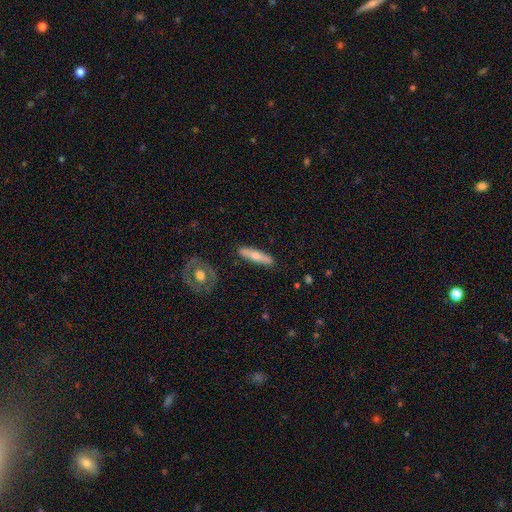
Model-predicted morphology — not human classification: Smooth or featured? Predicted: smooth (p=0.54). How rounded? Predicted: cigar-shaped (p=0.81). Merging? Predicted: none (p=0.87).